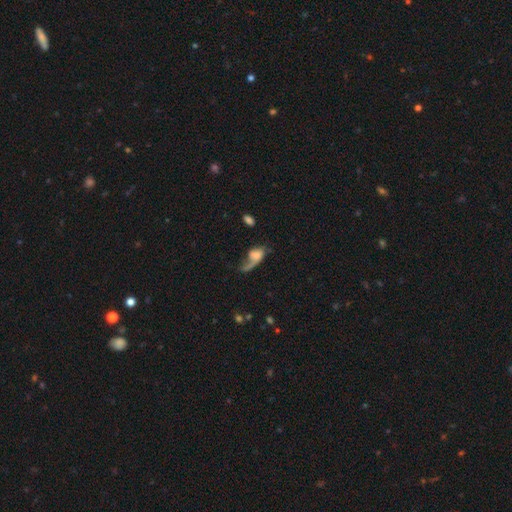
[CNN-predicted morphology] This appears to be a smooth galaxy with no disk features (45%, tied with featured or disk). Merging: major disturbance (48%).